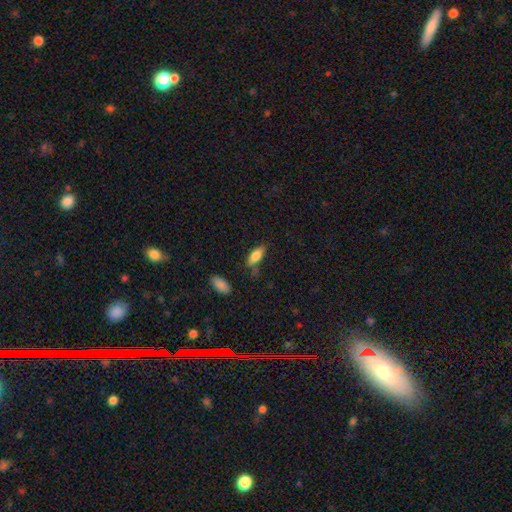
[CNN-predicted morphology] The model was most divided on "how rounded": in between: 69%, cigar-shaped: 29%, round: 2%. More confident: smooth or featured — smooth (76%); merging — none (66%).